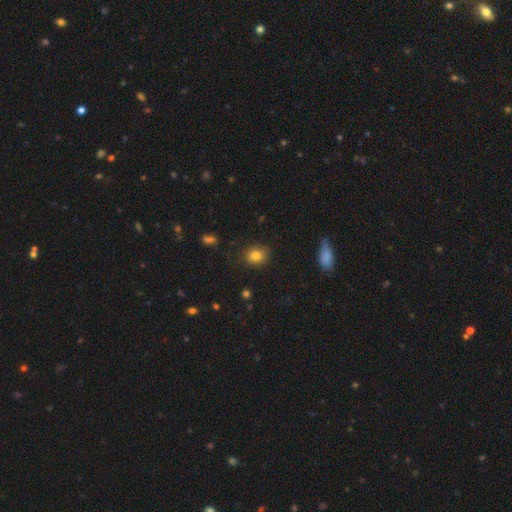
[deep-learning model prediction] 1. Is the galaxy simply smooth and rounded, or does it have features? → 82% smooth, 10% star or artifact, 7% featured or disk.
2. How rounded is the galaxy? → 66% round, 33% in between, 1% cigar-shaped.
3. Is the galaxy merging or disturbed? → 83% none, 12% minor disturbance, 3% major disturbance, 1% merger.